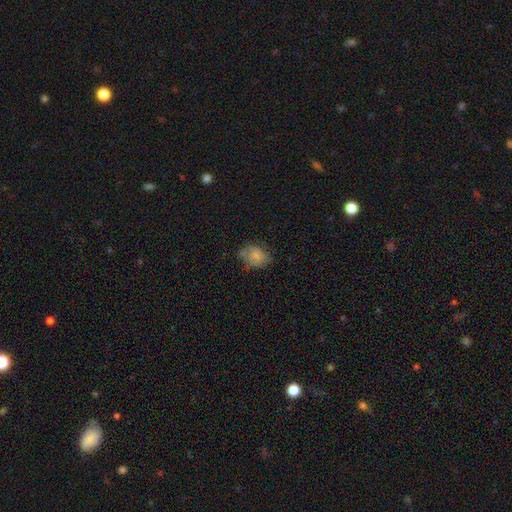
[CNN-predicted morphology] Overall: smooth (68%). How rounded: in between (69%; round 30%). Merging: none (49%; minor disturbance 32%).